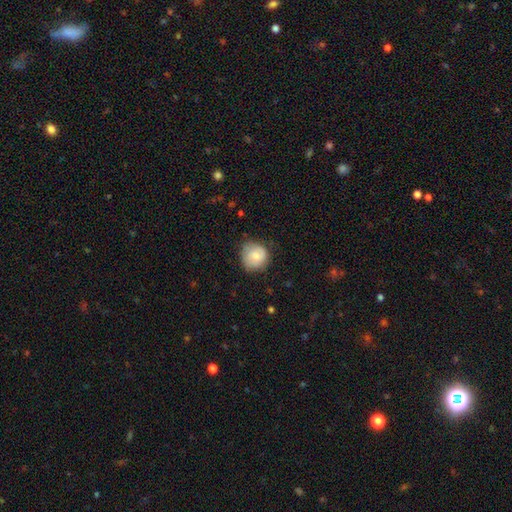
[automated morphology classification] This appears to be a smooth galaxy with no disk features (78%) that is round (88%). Merging: none (70%).